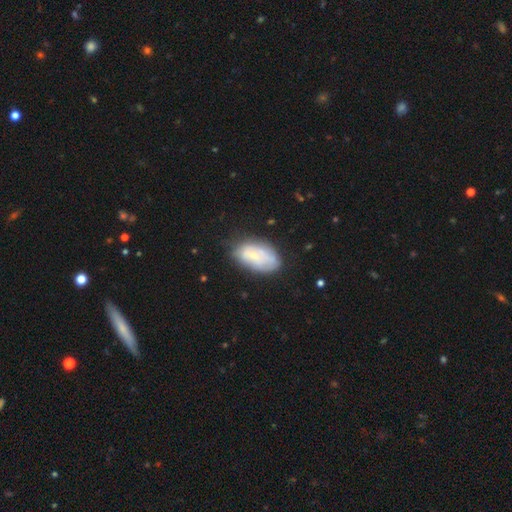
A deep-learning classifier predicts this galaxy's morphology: Smooth or featured? Predicted: smooth (p=0.52). How rounded? Predicted: in between (p=0.92). Merging? Predicted: none (p=0.58).